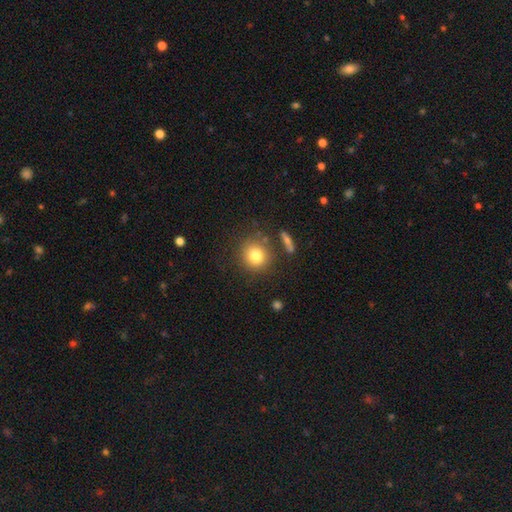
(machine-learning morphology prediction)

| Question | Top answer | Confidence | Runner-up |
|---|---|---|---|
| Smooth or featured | smooth | 80% | star or artifact (11%) |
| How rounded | round | 89% | in between (9%) |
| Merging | none | 81% | minor disturbance (10%) |